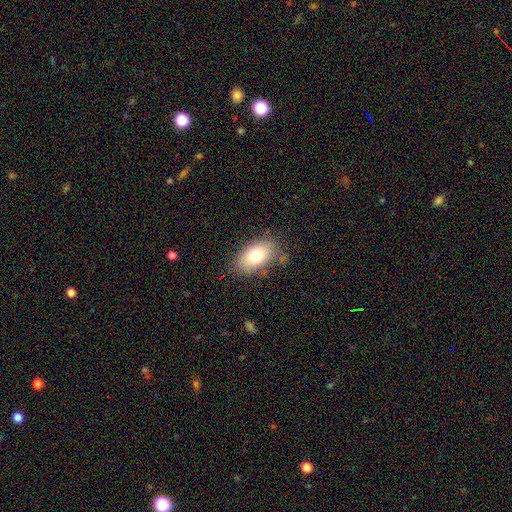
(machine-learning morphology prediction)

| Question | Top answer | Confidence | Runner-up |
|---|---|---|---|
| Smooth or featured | smooth | 75% | featured or disk (16%) |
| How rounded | in between | 91% | round (7%) |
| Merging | none | 75% | minor disturbance (17%) |